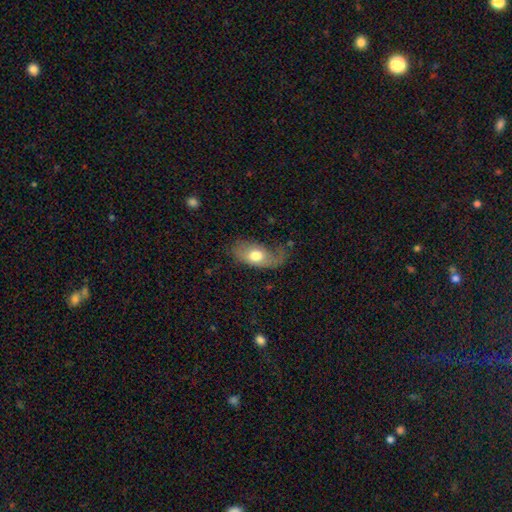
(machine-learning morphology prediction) The model was most divided on "merging": none: 39%, minor disturbance: 31%, major disturbance: 27%, merger: 3%. More confident: how rounded — in between (89%); smooth or featured — smooth (64%).